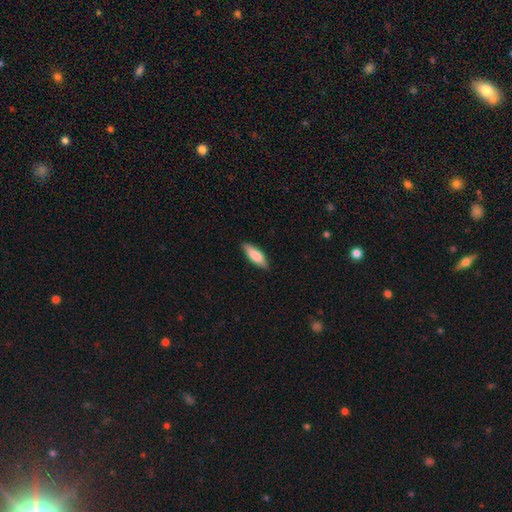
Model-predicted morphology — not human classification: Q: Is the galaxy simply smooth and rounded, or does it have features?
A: smooth — 79%.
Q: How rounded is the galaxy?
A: in between — 55%.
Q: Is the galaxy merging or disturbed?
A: none — 86%.